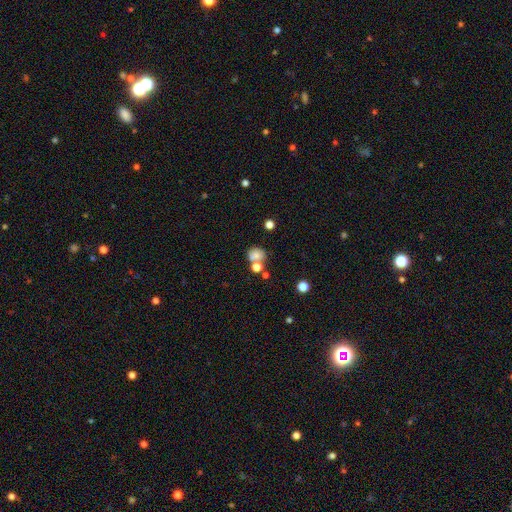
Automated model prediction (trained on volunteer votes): A smooth galaxy with no disk features (76%) that is round (69%).

Vote fractions:
- Smooth or featured? smooth: 76% / star or artifact: 13% / featured or disk: 11%
- How rounded? round: 69% / in between: 30% / cigar-shaped: 1%
- Merging? none: 48% / merger: 33% / minor disturbance: 12% / major disturbance: 7%